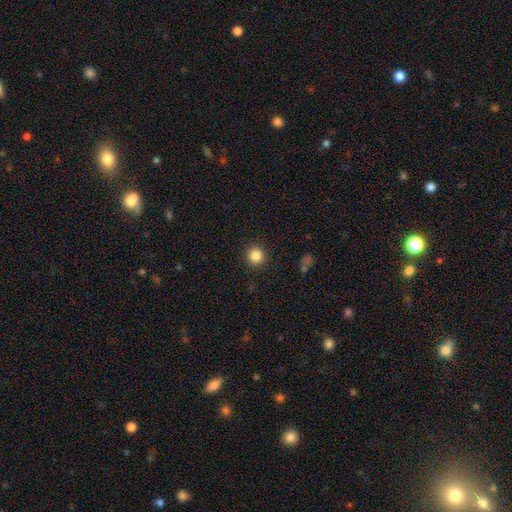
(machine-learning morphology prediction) smooth-or-featured: smooth: 85% | star or artifact: 11% | featured or disk: 4%
  how-rounded: round: 94% | in between: 5% | cigar-shaped: 1%
  merging: none: 92% | minor disturbance: 5% | major disturbance: 2% | merger: 1%